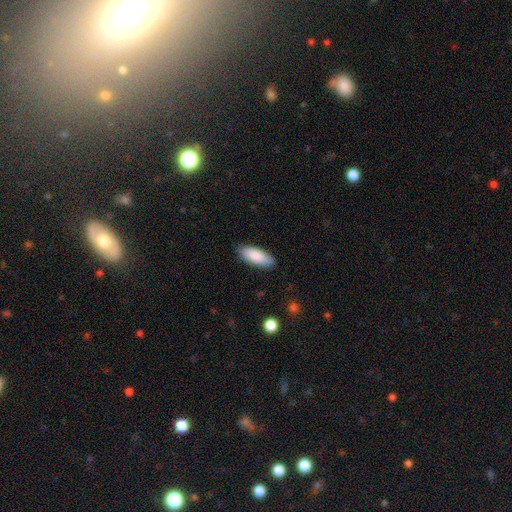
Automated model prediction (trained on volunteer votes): A smooth galaxy with no disk features (87%) that is in between round and cigar-shaped (78%). Merging: none (86%).